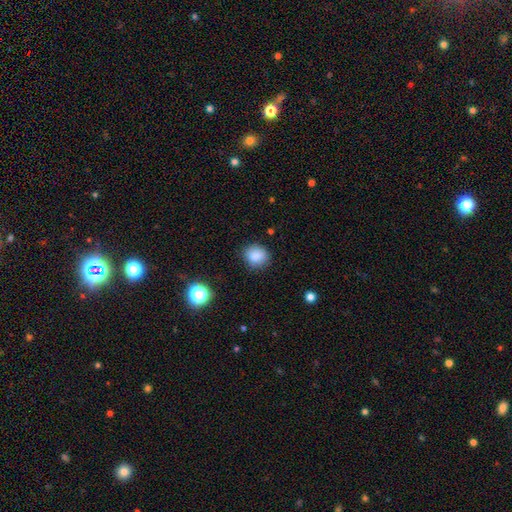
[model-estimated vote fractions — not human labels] Overall: smooth (86%). How rounded: round (76%). Merging: none (84%).